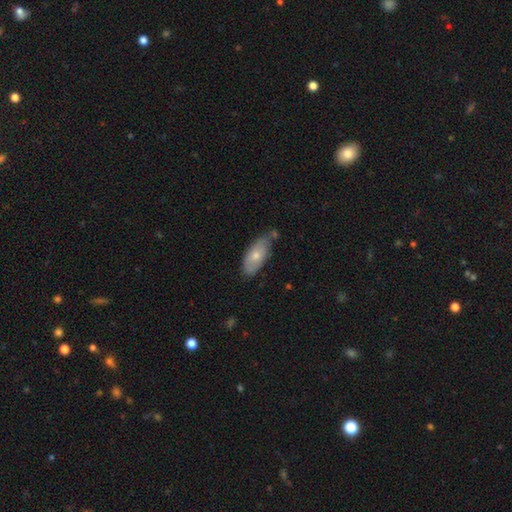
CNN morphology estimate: Smooth or featured: smooth — 66% (featured or disk — 28%)
How rounded: in between — 86% (cigar-shaped — 12%)
Merging: none — 59% (minor disturbance — 28%)